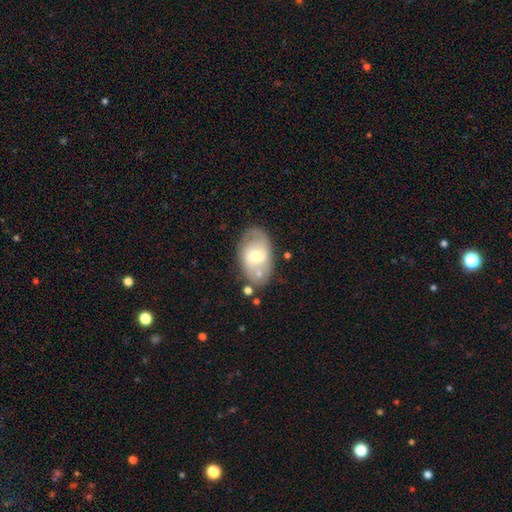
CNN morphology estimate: A featured or disk galaxy (58%) with a weak bar (45%), spiral arms (68%) and a moderate central bulge (67%).

Vote fractions:
- Smooth or featured? featured or disk: 58% / smooth: 35% / star or artifact: 7%
- Edge-on disk? no: 94% / yes: 6%
- Bar? weak: 45% / no: 42% / strong: 13%
- Spiral arms? yes: 68% / no: 32%
- Bulge size? moderate: 67% / small: 23% / large: 8% / none: 1% / dominant: 1%
- Merging? none: 68% / minor disturbance: 18% / merger: 9% / major disturbance: 6%